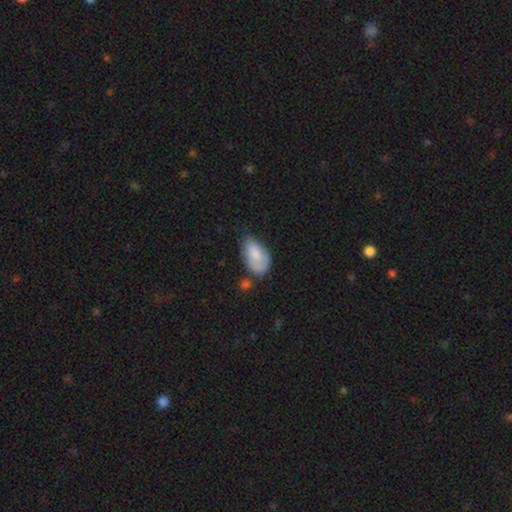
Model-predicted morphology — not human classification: type=smooth (78%); roundness=in between (93%); merging=none (48%).